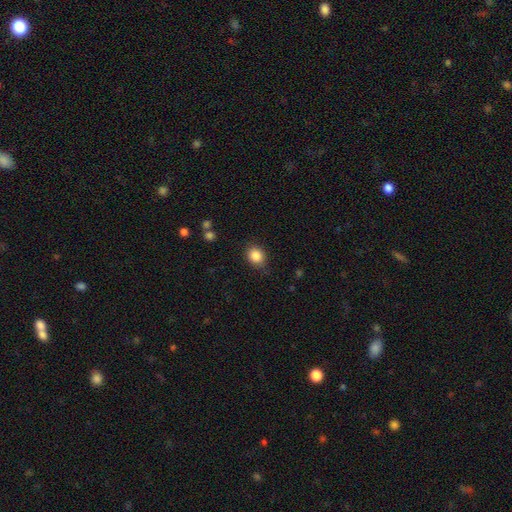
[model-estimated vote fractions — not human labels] Q: Smooth or featured?
A: smooth (86%); runner-up: star or artifact (9%)
Q: How rounded?
A: round (64%); runner-up: in between (36%)
Q: Merging?
A: none (82%); runner-up: minor disturbance (14%)